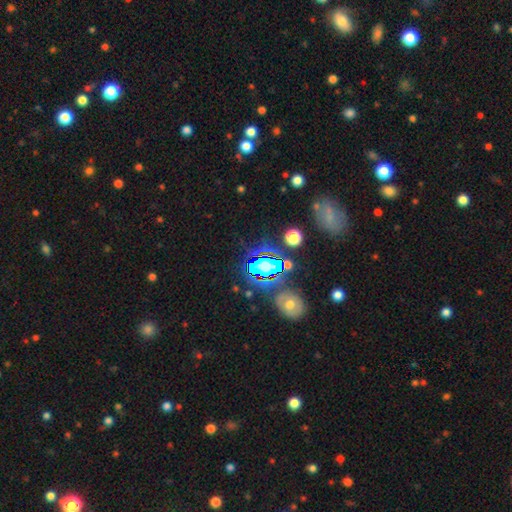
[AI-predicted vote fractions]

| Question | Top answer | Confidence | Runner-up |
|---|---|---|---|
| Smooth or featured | star or artifact | 76% | smooth (15%) |